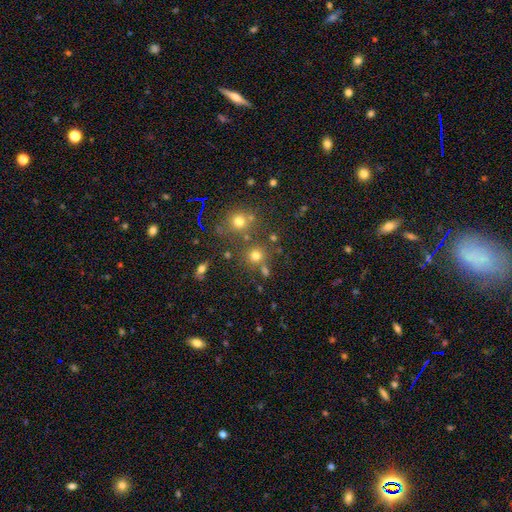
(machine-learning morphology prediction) A smooth galaxy with no disk features (71%) that is round (89%). Merging: none (73%).